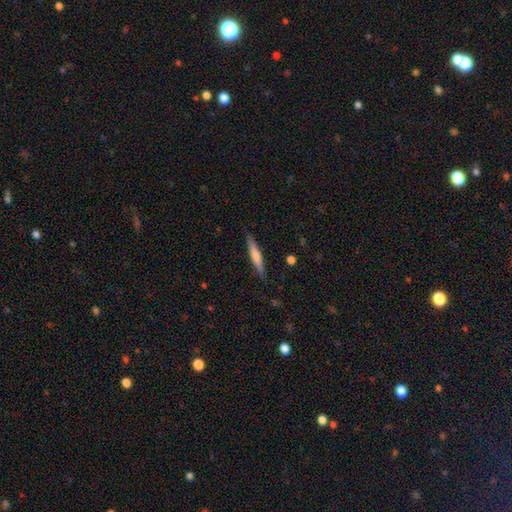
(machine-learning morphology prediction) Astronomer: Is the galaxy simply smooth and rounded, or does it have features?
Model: smooth — 62%.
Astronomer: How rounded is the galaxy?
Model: cigar-shaped — 92%.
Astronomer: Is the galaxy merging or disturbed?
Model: none — 87%.